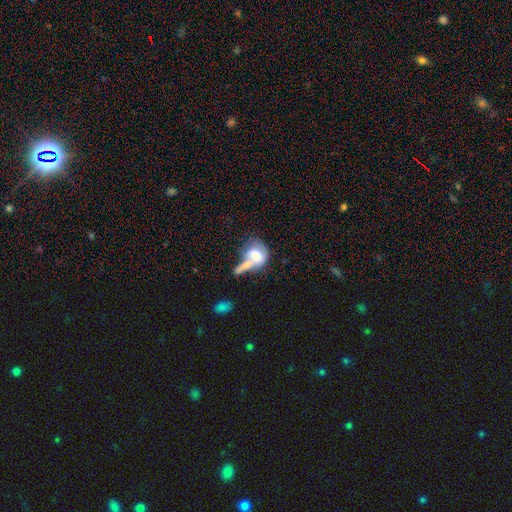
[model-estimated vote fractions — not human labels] This appears to be a smooth galaxy with no disk features (63%) that is in between round and cigar-shaped (53%). Merging: merger (57%).